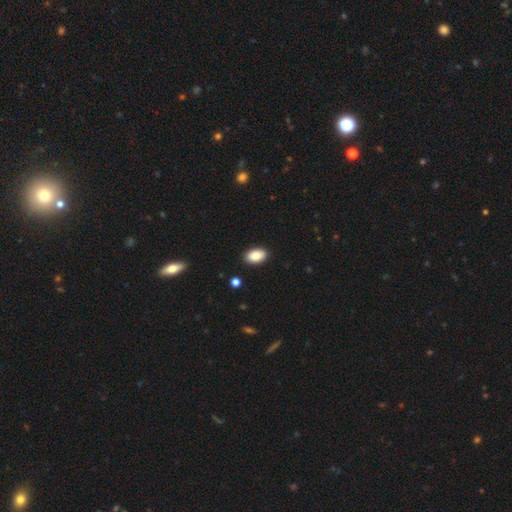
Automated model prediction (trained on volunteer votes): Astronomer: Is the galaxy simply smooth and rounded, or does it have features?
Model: smooth — 89%.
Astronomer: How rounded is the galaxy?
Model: in between — 93%.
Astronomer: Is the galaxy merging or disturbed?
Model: none — 89%.